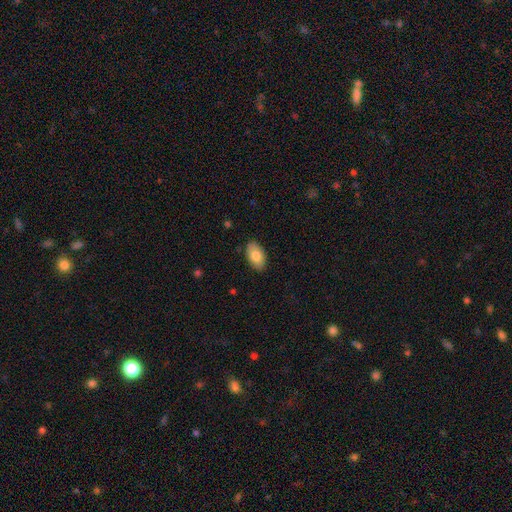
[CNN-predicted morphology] This is likely a smooth galaxy (79%). How rounded: clearly in between (94%). Merging: clearly none (86%).